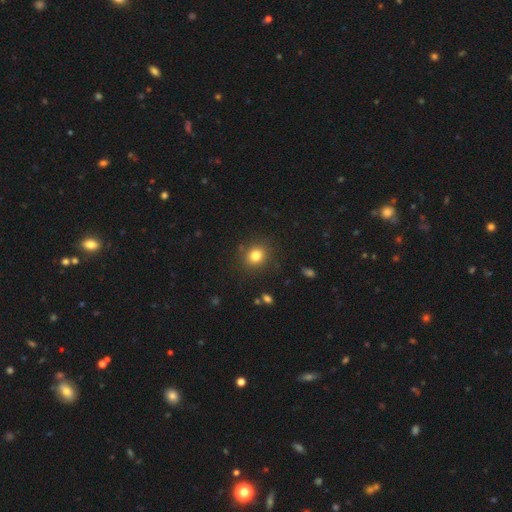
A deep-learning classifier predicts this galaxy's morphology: A smooth galaxy with no disk features (81%) that is round (78%). Merging: none (86%).